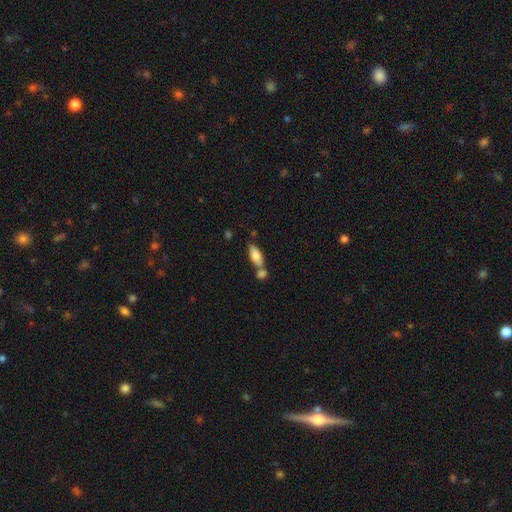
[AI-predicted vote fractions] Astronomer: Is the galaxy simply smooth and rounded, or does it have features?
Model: smooth — 74%.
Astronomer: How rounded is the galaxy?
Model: in between — 75%.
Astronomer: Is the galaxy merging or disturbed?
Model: none — 43% (runner-up: merger, 42%).